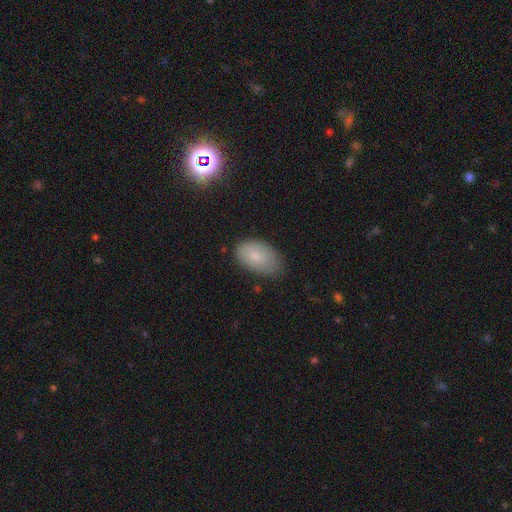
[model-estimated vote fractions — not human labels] Q: Smooth or featured?
A: smooth (79%); runner-up: featured or disk (13%)
Q: How rounded?
A: in between (92%); runner-up: round (6%)
Q: Merging?
A: none (68%); runner-up: minor disturbance (25%)